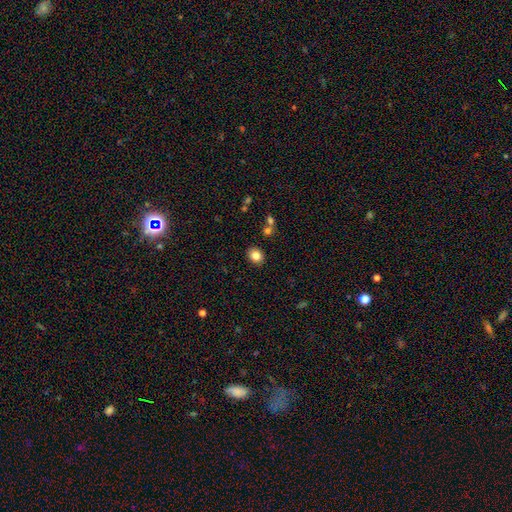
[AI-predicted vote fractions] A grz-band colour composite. It shows a smooth galaxy with no disk features (83%) that is round (67%). Merging: none (88%).